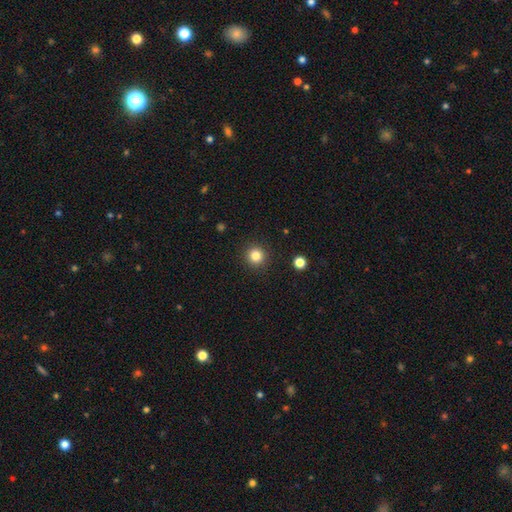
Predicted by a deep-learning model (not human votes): This is clearly a smooth galaxy (83%). How rounded: clearly round (95%). Merging: clearly none (92%).